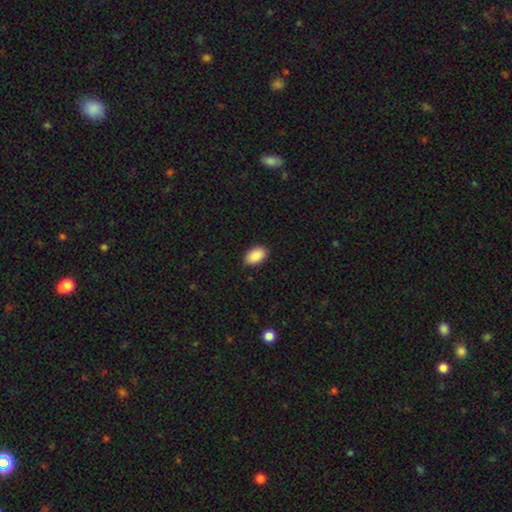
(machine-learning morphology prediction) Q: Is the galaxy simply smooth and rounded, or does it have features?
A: smooth — 90%.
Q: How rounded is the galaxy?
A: in between — 93%.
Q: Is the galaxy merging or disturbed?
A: none — 88%.